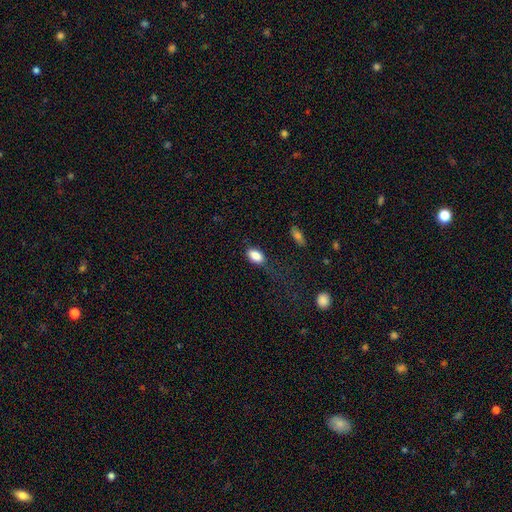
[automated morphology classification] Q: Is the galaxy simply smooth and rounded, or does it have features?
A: smooth — 86%.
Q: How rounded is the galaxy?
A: in between — 88%.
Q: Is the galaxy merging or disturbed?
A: none — 68%.